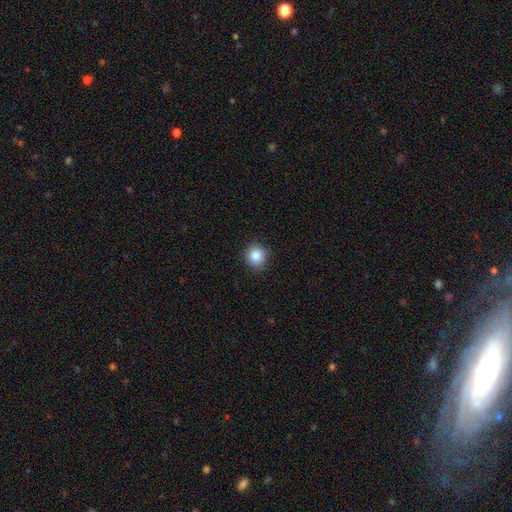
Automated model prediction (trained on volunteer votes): Smooth or featured?
  - smooth: 84% *
  - star or artifact: 10%
  - featured or disk: 6%
How rounded?
  - round: 88% *
  - in between: 11%
  - cigar-shaped: 1%
Merging?
  - none: 89% *
  - minor disturbance: 8%
  - major disturbance: 2%
  - merger: 1%